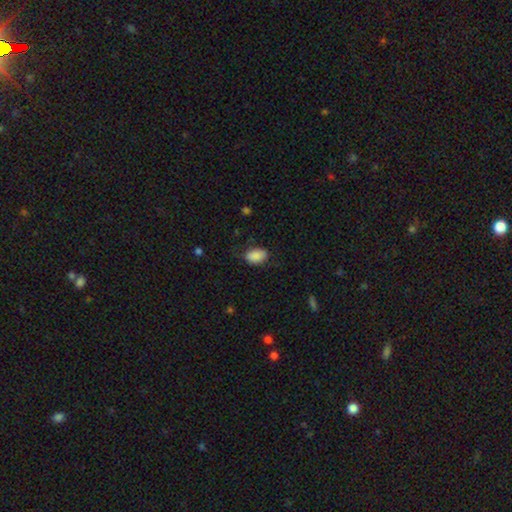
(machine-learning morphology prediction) A smooth galaxy with no disk features (89%) that is in between round and cigar-shaped (90%). Merging: none (73%).